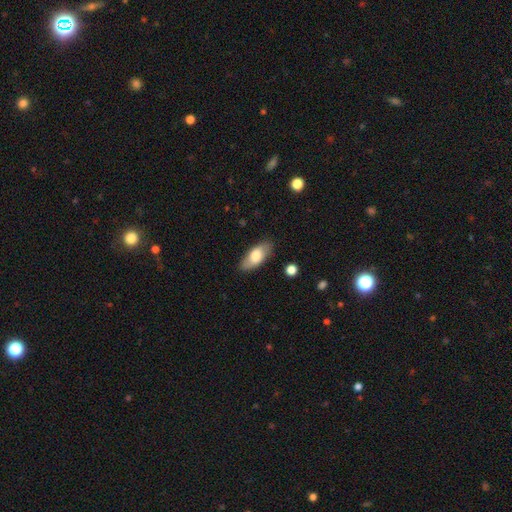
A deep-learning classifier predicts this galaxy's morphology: smooth-or-featured: smooth: 73% | featured or disk: 21% | star or artifact: 6%
  how-rounded: in between: 86% | cigar-shaped: 11% | round: 3%
  merging: none: 85% | minor disturbance: 11% | major disturbance: 2% | merger: 1%